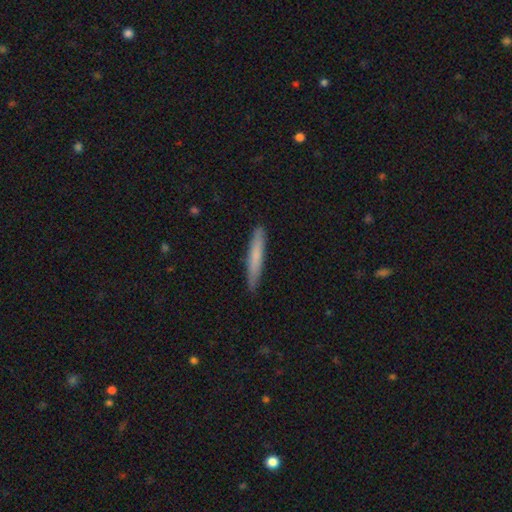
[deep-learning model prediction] Morphology: type=smooth (72%); roundness=cigar-shaped (95%); merging=none (89%).